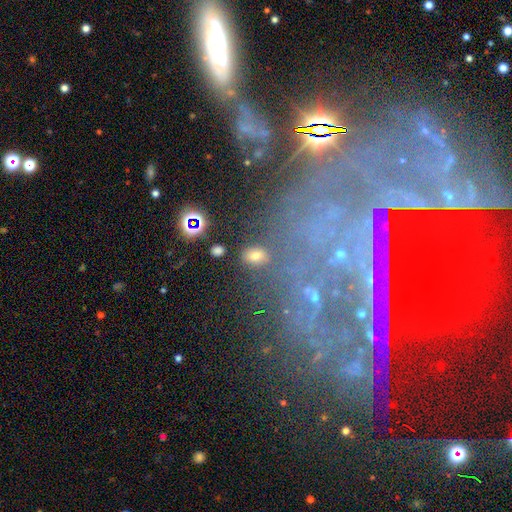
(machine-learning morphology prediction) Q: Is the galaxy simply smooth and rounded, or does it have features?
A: smooth — 69%.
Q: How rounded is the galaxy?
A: in between — 74%.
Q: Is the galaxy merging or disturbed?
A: none — 79%.